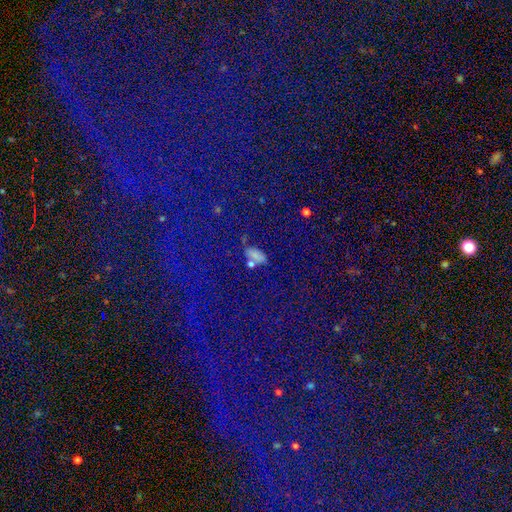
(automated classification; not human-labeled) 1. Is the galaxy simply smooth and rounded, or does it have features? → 55% smooth, 35% star or artifact, 10% featured or disk.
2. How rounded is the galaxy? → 80% in between, 10% round, 9% cigar-shaped.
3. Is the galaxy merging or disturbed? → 58% none, 19% minor disturbance, 14% merger, 9% major disturbance.